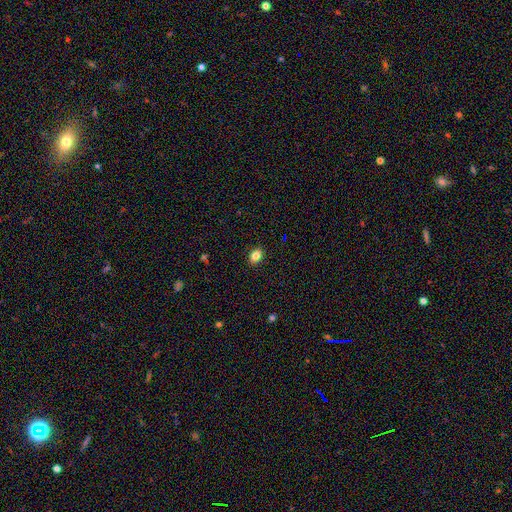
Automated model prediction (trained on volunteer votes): smooth-or-featured: smooth: 83% | star or artifact: 10% | featured or disk: 7%
  how-rounded: in between: 71% | round: 27% | cigar-shaped: 1%
  merging: none: 90% | minor disturbance: 7% | major disturbance: 2% | merger: 1%